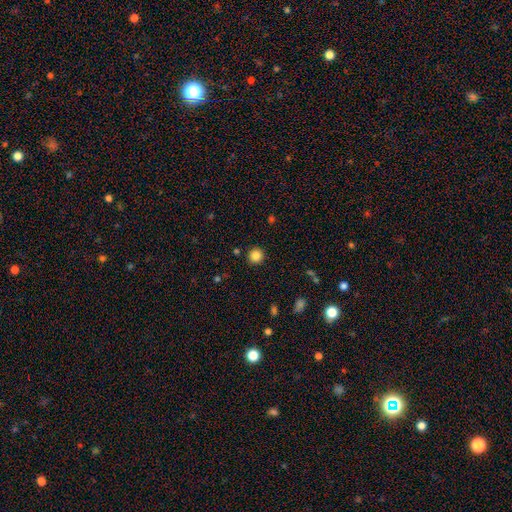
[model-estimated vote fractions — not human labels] This appears to be a smooth galaxy with no disk features (85%) that is round (94%). Merging: none (91%).